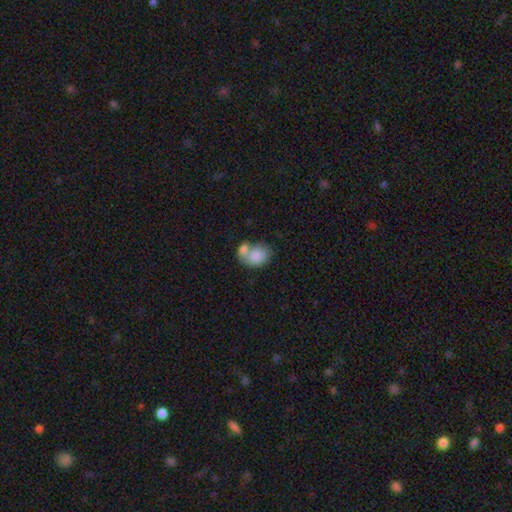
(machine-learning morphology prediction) Overall: smooth (82%). How rounded: in between (64%; round 35%). Merging: merger (51%; none 31%).